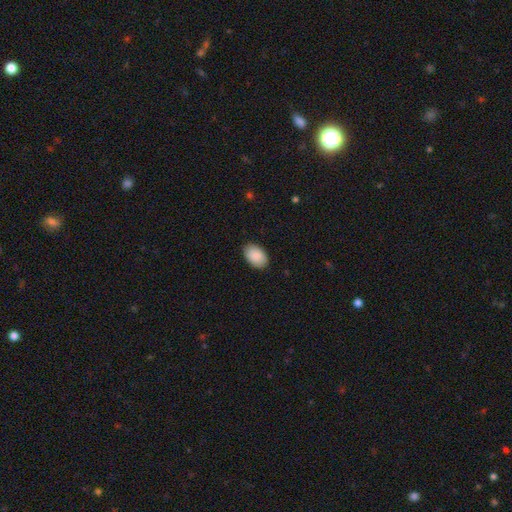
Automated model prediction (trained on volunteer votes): smooth 90%, star or artifact 6%, featured or disk 4%. Down the decision tree: how rounded — in between (91%); merging — none (87%).